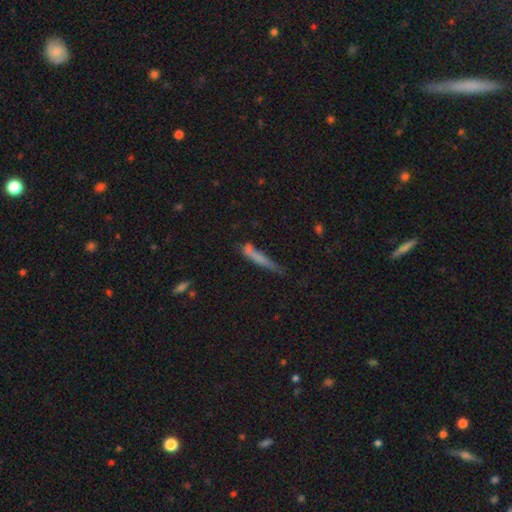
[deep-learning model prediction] Morphology: type=smooth (69%); roundness=cigar-shaped (92%); merging=none (53%).